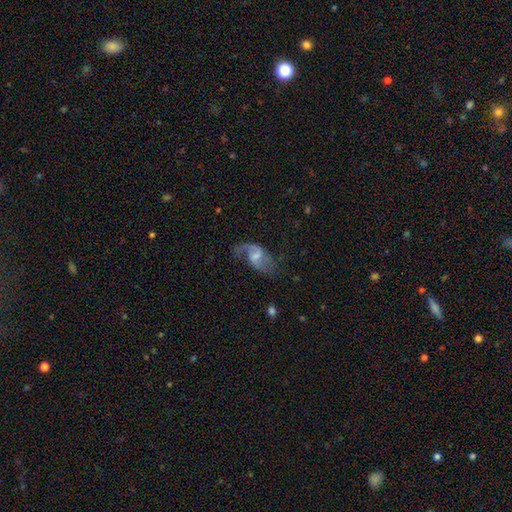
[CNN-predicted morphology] featured or disk 81%, smooth 12%, star or artifact 7%. Down the decision tree: edge-on disk — no (97%); bar — weak (55%); spiral arms — yes (93%); spiral arm count — 2 (81%); spiral winding — loose (63%); bulge size — small (45%); merging — none (59%).